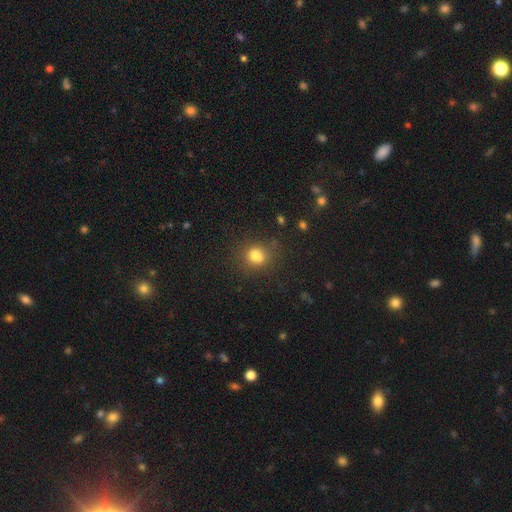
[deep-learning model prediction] smooth-or-featured: smooth: 76% | star or artifact: 14% | featured or disk: 10%
  how-rounded: round: 60% | in between: 38% | cigar-shaped: 1%
  merging: none: 62% | minor disturbance: 17% | merger: 13% | major disturbance: 7%